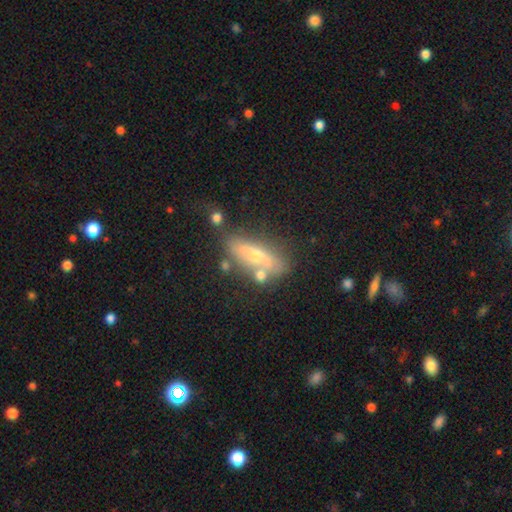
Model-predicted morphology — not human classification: The model was most divided on "smooth or featured": featured or disk: 51%, smooth: 40%, star or artifact: 9%. More confident: edge-on disk — yes (65%); merging — none (60%).